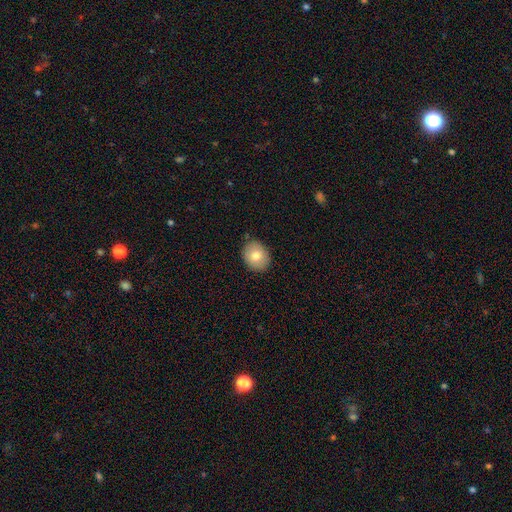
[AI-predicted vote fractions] A smooth galaxy with no disk features (78%) that is round (55%). Merging: none (87%).